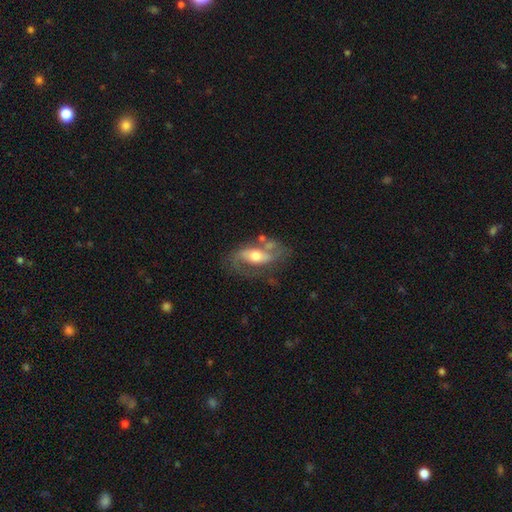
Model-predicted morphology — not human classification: This appears to be a featured or disk galaxy (74%) with no bar (45%), 2 (76%) medium (44%) spiral arms (82%) and a moderate central bulge (68%). Merging: none (49%).